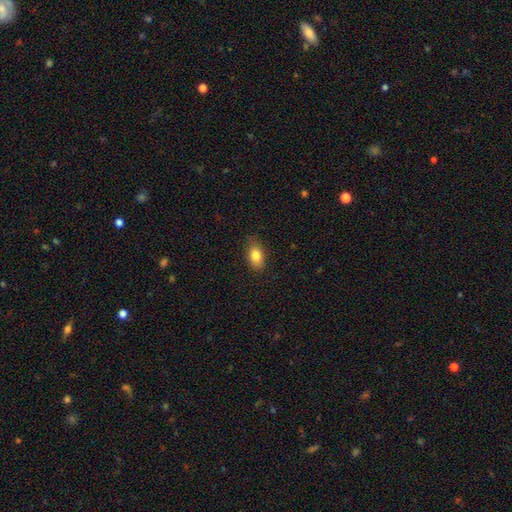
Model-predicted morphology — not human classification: Smooth or featured: smooth — 83% (featured or disk — 9%)
How rounded: in between — 86% (round — 12%)
Merging: none — 83% (minor disturbance — 14%)